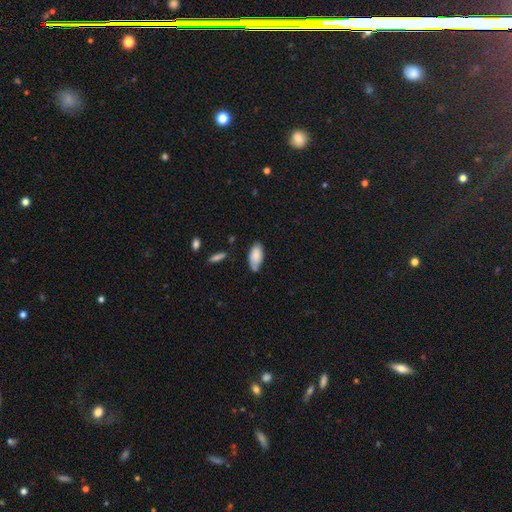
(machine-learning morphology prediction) smooth 79%, featured or disk 14%, star or artifact 7%. Down the decision tree: how rounded — in between (92%); merging — none (58%).